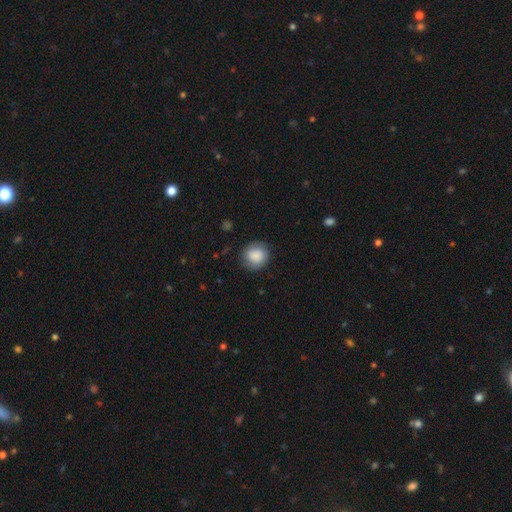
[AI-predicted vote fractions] Overall: smooth (84%). How rounded: round (82%). Merging: none (82%).